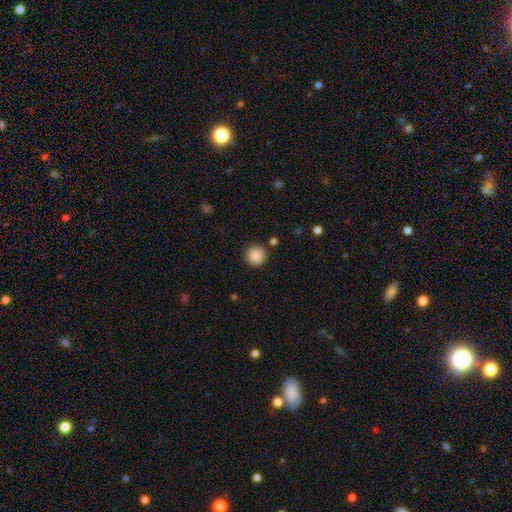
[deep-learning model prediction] A smooth galaxy with no disk features (88%) that is round (95%).

Vote fractions:
- Smooth or featured? smooth: 88% / star or artifact: 9% / featured or disk: 3%
- How rounded? round: 95% / in between: 4% / cigar-shaped: 1%
- Merging? none: 90% / minor disturbance: 6% / merger: 2% / major disturbance: 2%